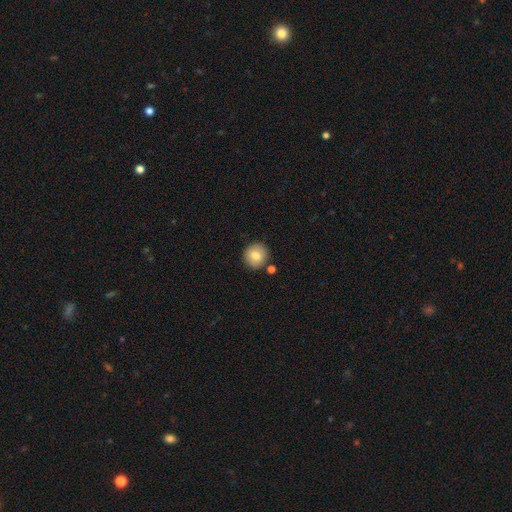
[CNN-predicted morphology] Smooth or featured?
  - smooth: 81% *
  - featured or disk: 11%
  - star or artifact: 9%
How rounded?
  - round: 92% *
  - in between: 7%
  - cigar-shaped: 1%
Merging?
  - none: 84% *
  - minor disturbance: 8%
  - merger: 6%
  - major disturbance: 2%